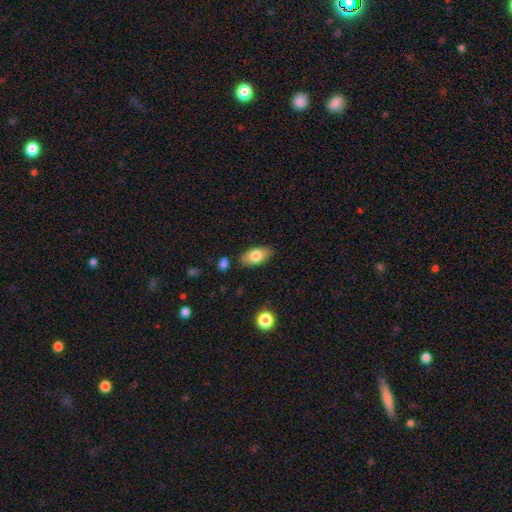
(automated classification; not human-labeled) Smooth or featured?
  - smooth: 78% *
  - featured or disk: 15%
  - star or artifact: 7%
How rounded?
  - in between: 90% *
  - cigar-shaped: 5%
  - round: 4%
Merging?
  - none: 83% *
  - minor disturbance: 12%
  - major disturbance: 3%
  - merger: 2%